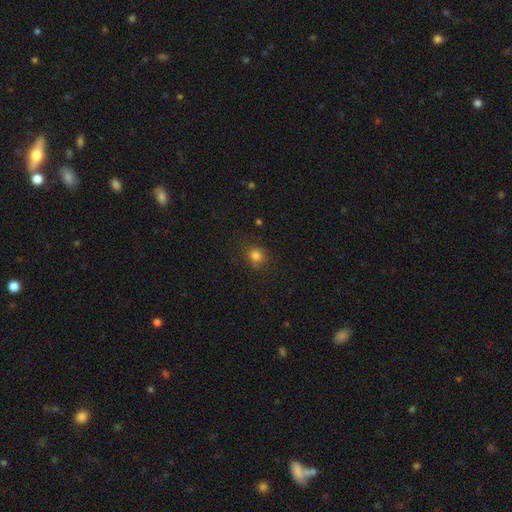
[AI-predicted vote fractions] Smooth or featured: smooth — 80% (star or artifact — 14%)
How rounded: round — 85% (in between — 14%)
Merging: none — 82% (minor disturbance — 12%)